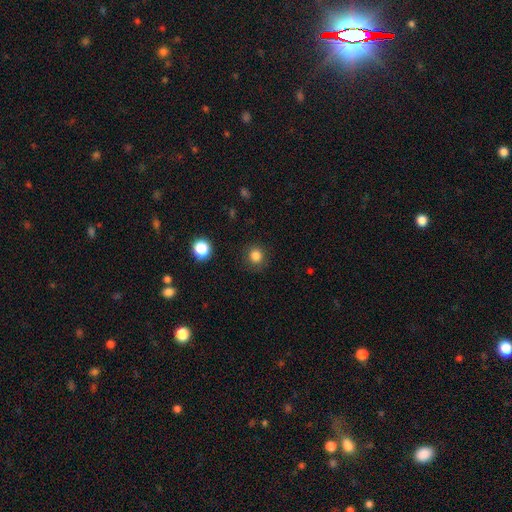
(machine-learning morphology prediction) Smooth or featured? Predicted: smooth (p=0.83). How rounded? Predicted: round (p=0.90). Merging? Predicted: none (p=0.86).